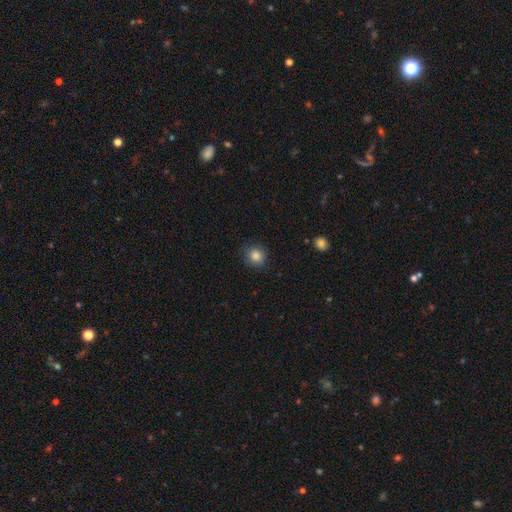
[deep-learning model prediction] Q: Smooth or featured?
A: smooth (85%); runner-up: star or artifact (11%)
Q: How rounded?
A: round (89%); runner-up: in between (11%)
Q: Merging?
A: none (86%); runner-up: minor disturbance (10%)